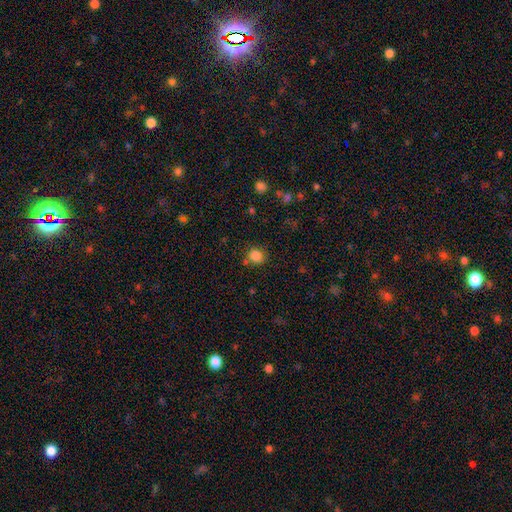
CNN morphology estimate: Smooth or featured: smooth — 85% (star or artifact — 11%)
How rounded: round — 85% (in between — 14%)
Merging: none — 78% (minor disturbance — 11%)